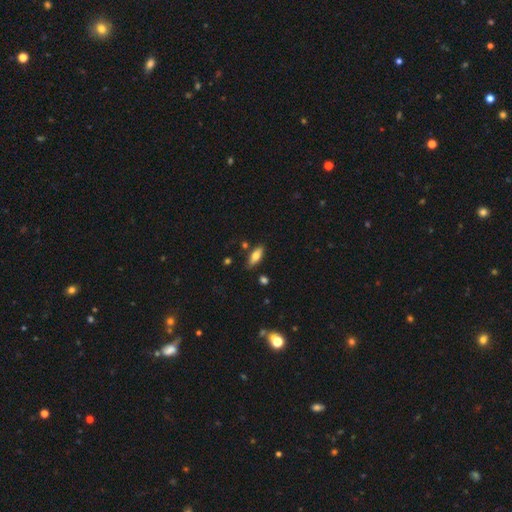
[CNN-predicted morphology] A smooth galaxy with no disk features (73%) that is in between round and cigar-shaped (74%). Merging: none (80%).